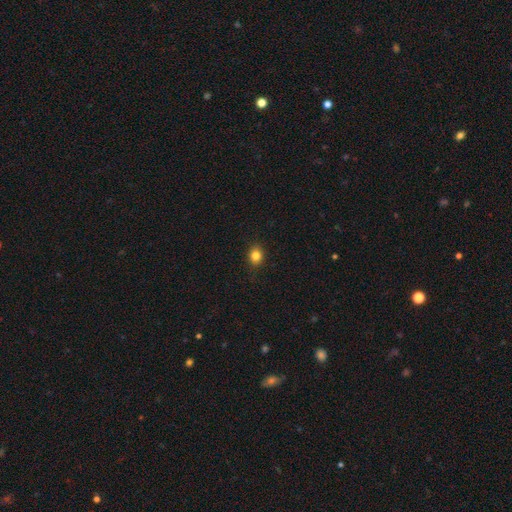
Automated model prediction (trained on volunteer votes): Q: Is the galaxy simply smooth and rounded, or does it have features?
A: smooth — 83%.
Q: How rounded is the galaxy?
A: round — 63%.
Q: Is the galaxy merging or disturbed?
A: none — 89%.